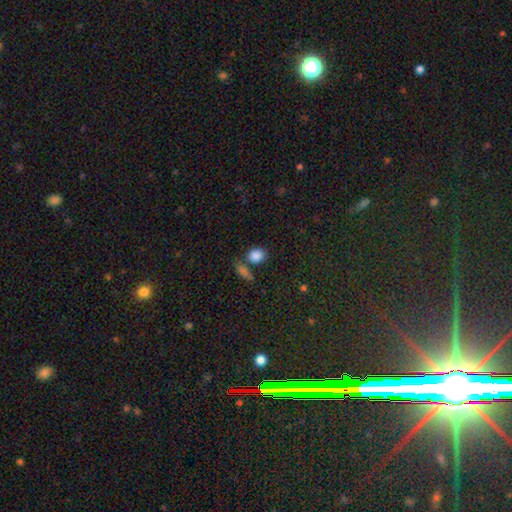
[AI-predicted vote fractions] Overall: smooth (85%). How rounded: round (56%; in between 42%). Merging: none (64%).